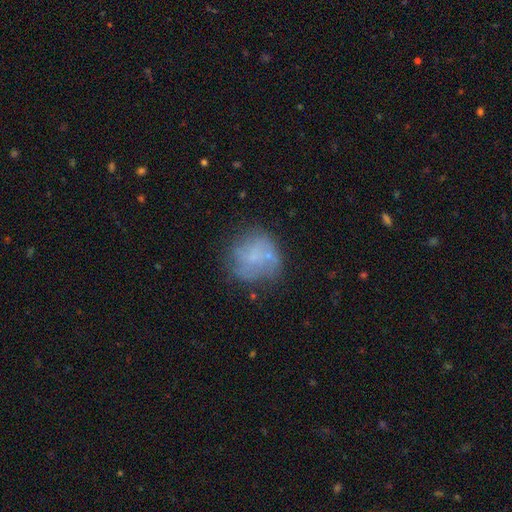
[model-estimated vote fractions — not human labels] smooth 44%, featured or disk 43%, star or artifact 13%. Down the decision tree: merging — none (63%).